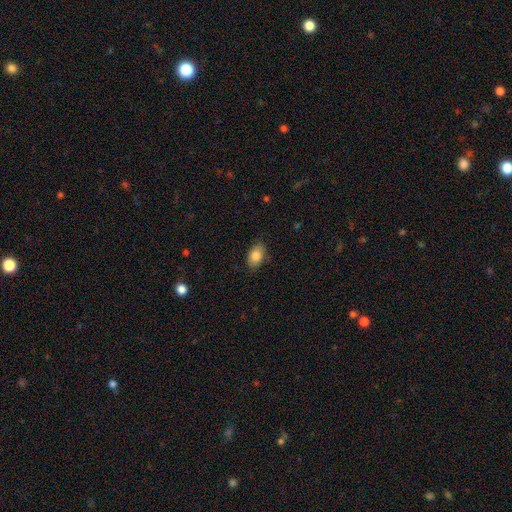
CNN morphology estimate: The model was most divided on "merging": none: 82%, minor disturbance: 14%, major disturbance: 3%, merger: 1%. More confident: how rounded — in between (87%); smooth or featured — smooth (85%).